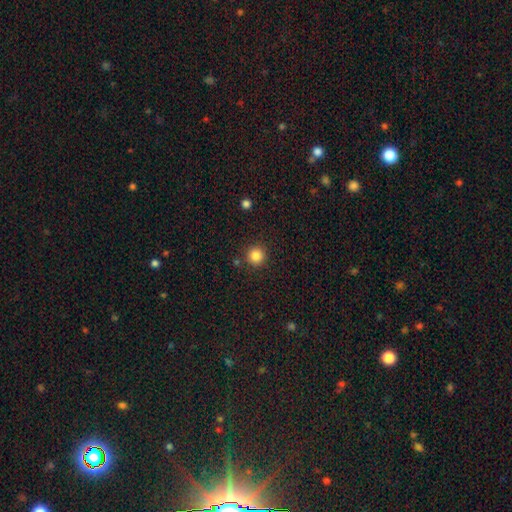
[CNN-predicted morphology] This is clearly a smooth galaxy (85%). How rounded: clearly round (94%). Merging: clearly none (89%).